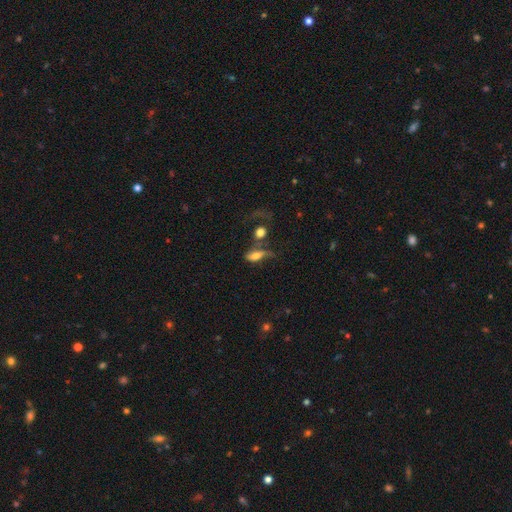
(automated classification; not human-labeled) Smooth or featured?
  - smooth: 62% *
  - featured or disk: 27%
  - star or artifact: 11%
How rounded?
  - in between: 74% *
  - cigar-shaped: 18%
  - round: 8%
Merging?
  - merger: 29% *
  - none: 27%
  - major disturbance: 26%
  - minor disturbance: 17%